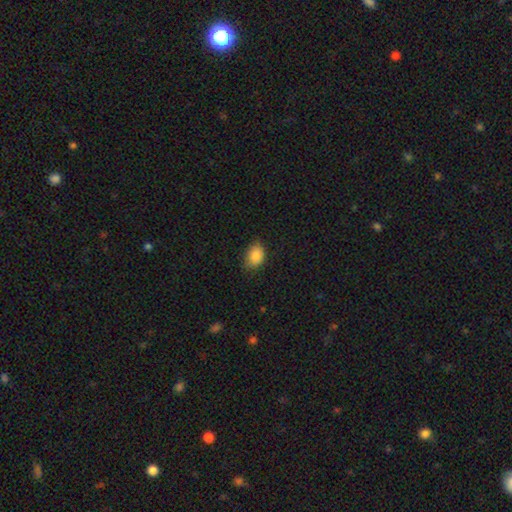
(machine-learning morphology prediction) smooth-or-featured: smooth: 86% | star or artifact: 8% | featured or disk: 6%
  how-rounded: in between: 73% | round: 26% | cigar-shaped: 1%
  merging: none: 70% | minor disturbance: 25% | major disturbance: 4% | merger: 1%